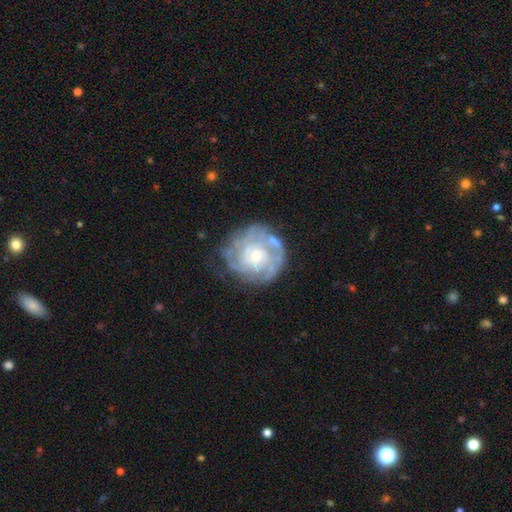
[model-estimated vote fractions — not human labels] Morphology: type=featured or disk (75%); edge-on=no (97%); bar=no (78%); spiral arms=yes (74%); winding=tight (68%); arm count=can't tell (55%); bulge=small (45%, tied with moderate); merging=none (63%).